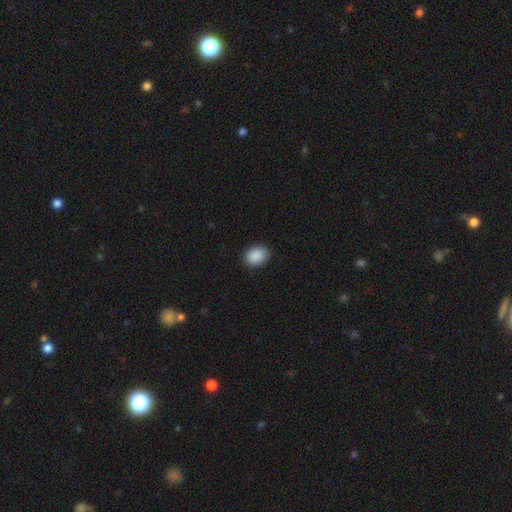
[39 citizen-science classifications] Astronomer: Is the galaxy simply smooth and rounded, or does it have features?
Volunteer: smooth — 92%.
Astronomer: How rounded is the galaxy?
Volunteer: in between — 64%.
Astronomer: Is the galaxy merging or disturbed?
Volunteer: none — 81%.